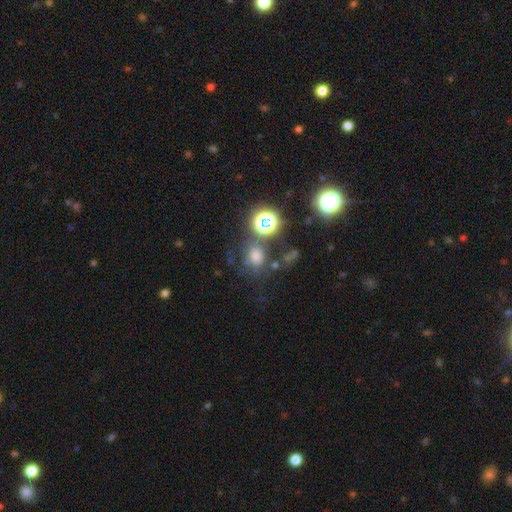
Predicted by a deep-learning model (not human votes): Q: Smooth or featured?
A: smooth (59%); runner-up: star or artifact (30%)
Q: How rounded?
A: round (64%); runner-up: in between (35%)
Q: Merging?
A: none (62%); runner-up: minor disturbance (16%)